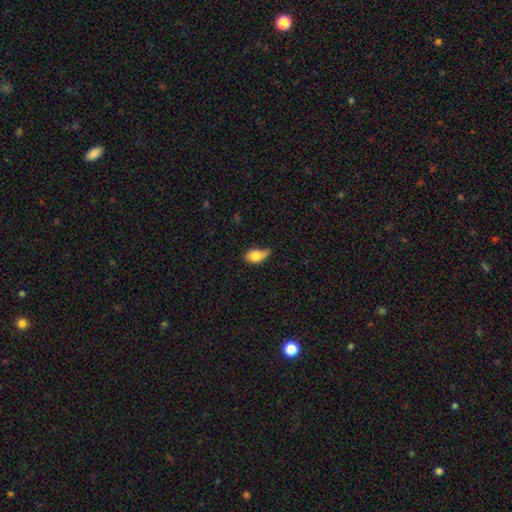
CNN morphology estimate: The model was most divided on "merging": minor disturbance: 45%, none: 34%, major disturbance: 17%, merger: 4%. More confident: how rounded — in between (87%); smooth or featured — smooth (79%).